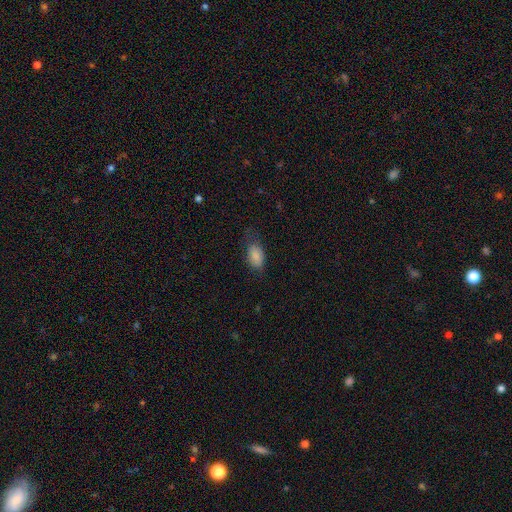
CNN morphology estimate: This is clearly a smooth galaxy (85%). How rounded: clearly in between (92%). Merging: likely none (62%).